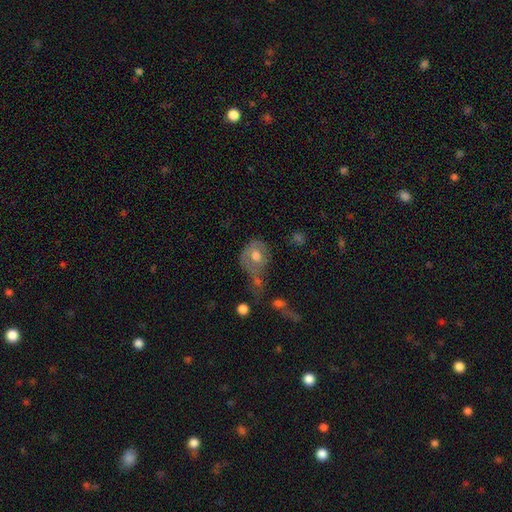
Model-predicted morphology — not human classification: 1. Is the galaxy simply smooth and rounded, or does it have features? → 51% smooth, 40% featured or disk, 9% star or artifact.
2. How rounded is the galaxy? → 55% round, 43% in between, 2% cigar-shaped.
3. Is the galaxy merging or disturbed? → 29% merger, 27% major disturbance, 26% none, 18% minor disturbance.